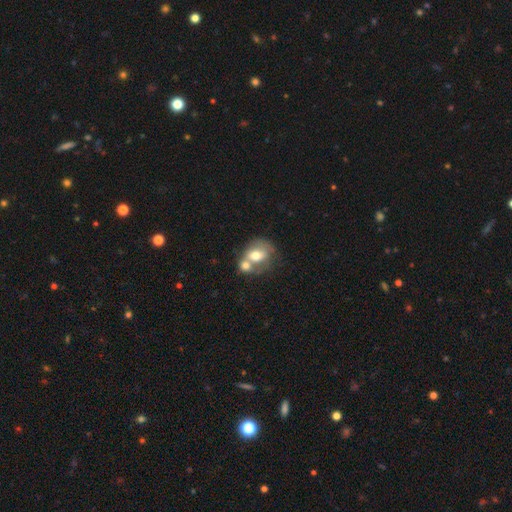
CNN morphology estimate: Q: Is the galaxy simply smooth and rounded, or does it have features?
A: smooth — 61%.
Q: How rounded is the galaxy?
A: in between — 50%.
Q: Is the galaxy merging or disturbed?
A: merger — 62%.